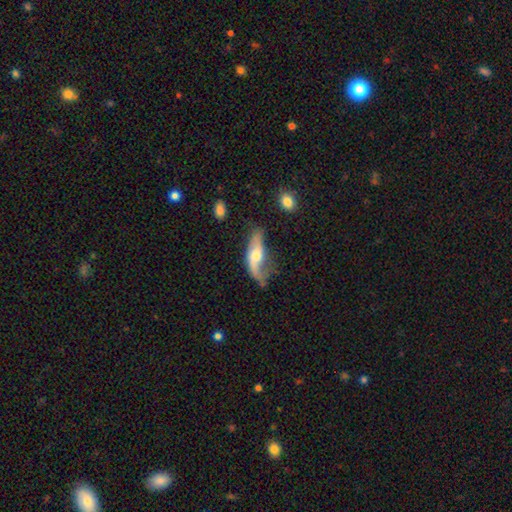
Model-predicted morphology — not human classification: Q: Smooth or featured?
A: featured or disk (63%); runner-up: smooth (31%)
Q: Edge-on disk?
A: no (74%); runner-up: yes (26%)
Q: Merging?
A: none (40%); runner-up: minor disturbance (30%)